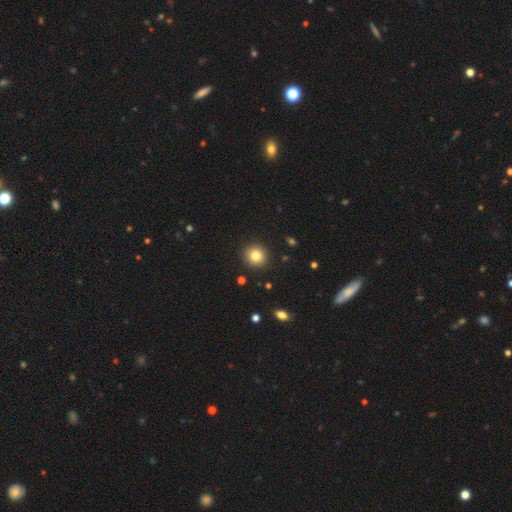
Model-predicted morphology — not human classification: This appears to be a smooth galaxy with no disk features (83%) that is round (91%). Merging: none (91%).